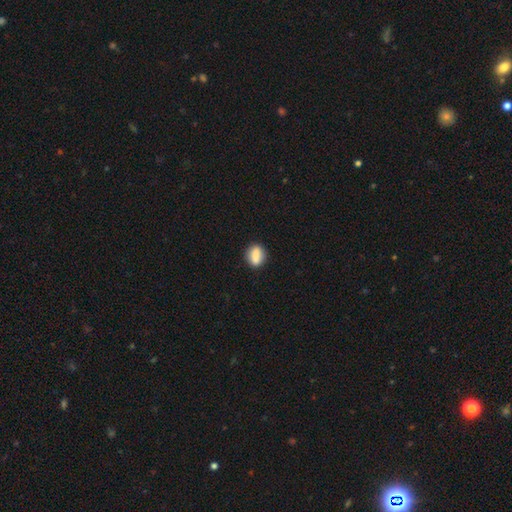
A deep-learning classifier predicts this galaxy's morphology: This is clearly a smooth galaxy (82%). How rounded: possibly in between (59%). Merging: clearly none (82%).